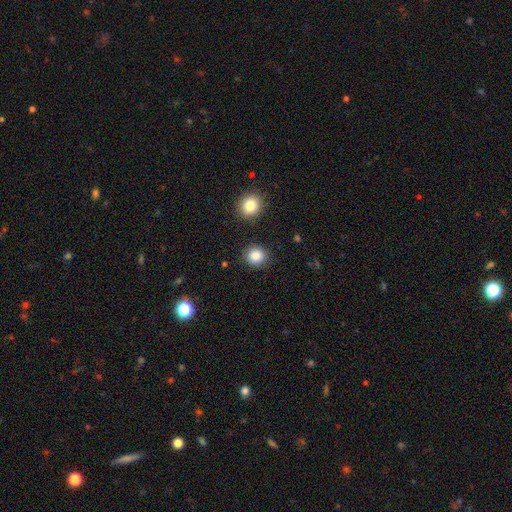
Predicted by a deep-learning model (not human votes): A smooth galaxy with no disk features (86%) that is round (86%).

Vote fractions:
- Smooth or featured? smooth: 86% / star or artifact: 10% / featured or disk: 4%
- How rounded? round: 86% / in between: 13% / cigar-shaped: 1%
- Merging? none: 88% / minor disturbance: 7% / major disturbance: 3% / merger: 2%